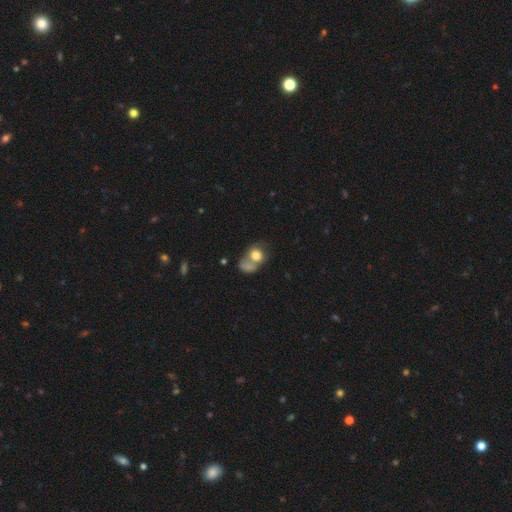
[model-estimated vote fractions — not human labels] Smooth or featured? Predicted: smooth (p=0.73). How rounded? Predicted: round (p=0.57). Merging? Predicted: merger (p=0.52).